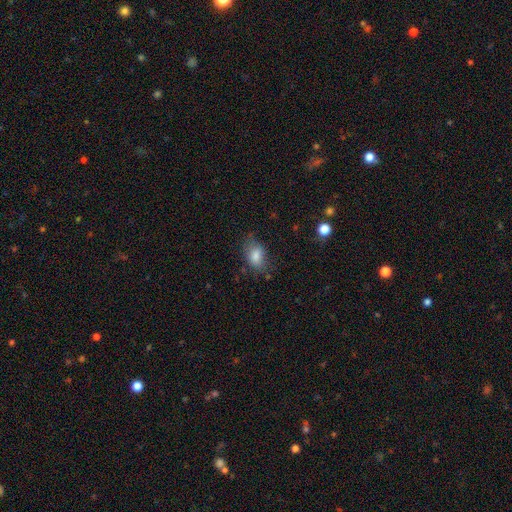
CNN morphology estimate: Q: Smooth or featured?
A: smooth (81%); runner-up: featured or disk (10%)
Q: How rounded?
A: in between (85%); runner-up: round (13%)
Q: Merging?
A: none (62%); runner-up: minor disturbance (26%)